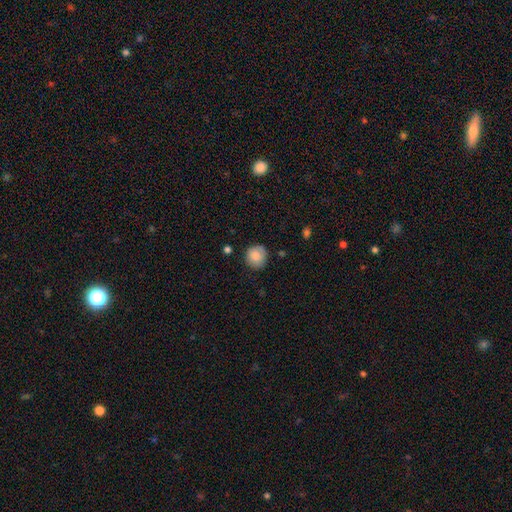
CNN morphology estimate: Smooth or featured? Predicted: smooth (p=0.86). How rounded? Predicted: round (p=0.90). Merging? Predicted: none (p=0.80).